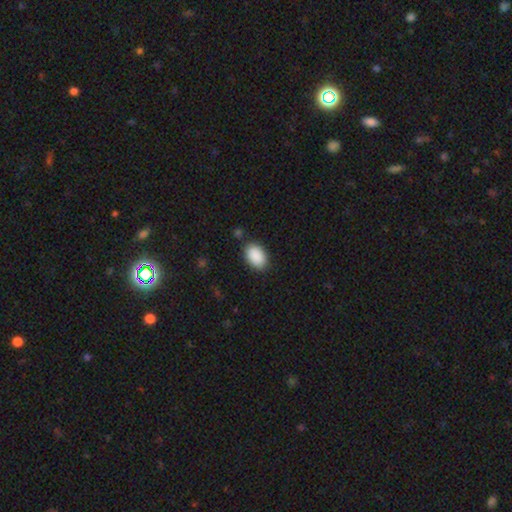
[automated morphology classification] The model was most divided on "merging": none: 86%, minor disturbance: 10%, major disturbance: 2%, merger: 2%. More confident: how rounded — in between (91%); smooth or featured — smooth (91%).